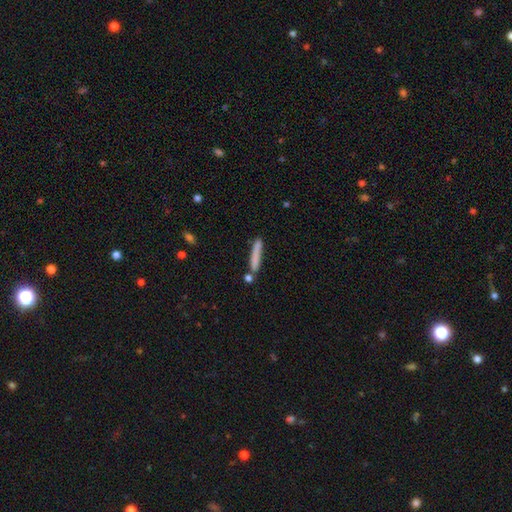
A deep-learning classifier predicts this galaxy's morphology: Q: Smooth or featured?
A: smooth (75%); runner-up: featured or disk (17%)
Q: How rounded?
A: cigar-shaped (94%); runner-up: in between (5%)
Q: Merging?
A: none (74%); runner-up: minor disturbance (14%)